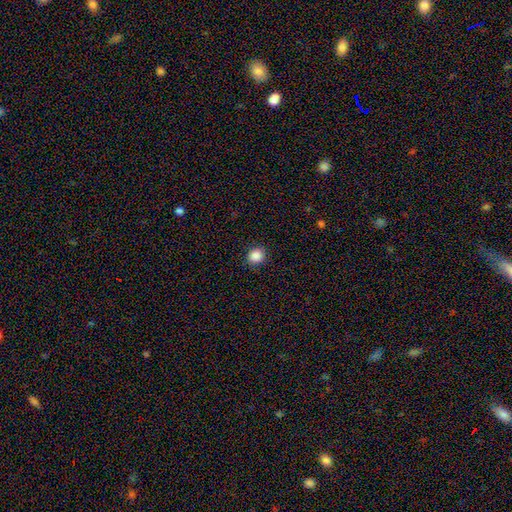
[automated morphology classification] This is clearly a smooth galaxy (87%). How rounded: clearly round (80%). Merging: clearly none (90%).